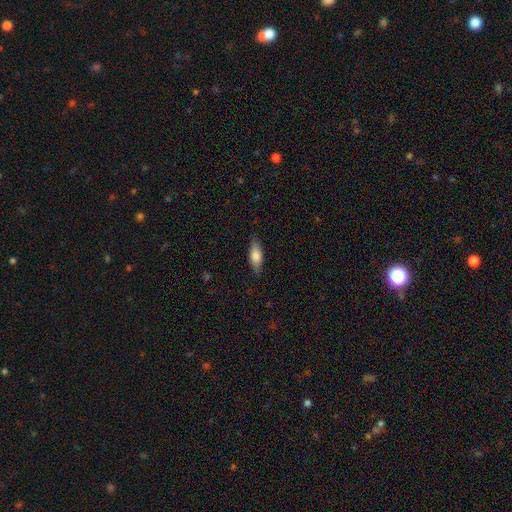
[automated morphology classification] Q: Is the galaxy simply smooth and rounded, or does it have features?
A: smooth — 75%.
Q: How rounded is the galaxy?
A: in between — 70%.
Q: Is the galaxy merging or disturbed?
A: none — 82%.